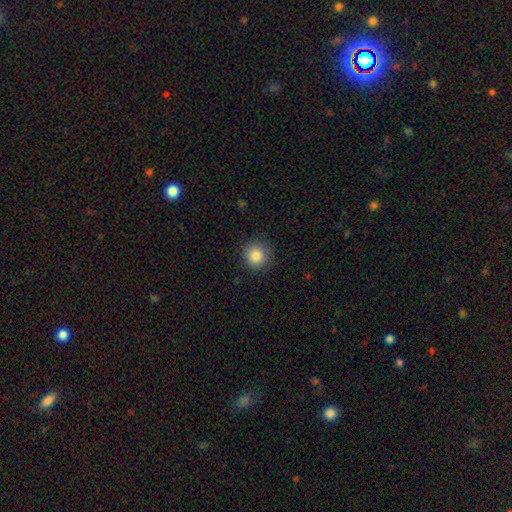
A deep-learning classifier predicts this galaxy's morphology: This is clearly a smooth galaxy (87%). How rounded: clearly round (93%). Merging: clearly none (88%).